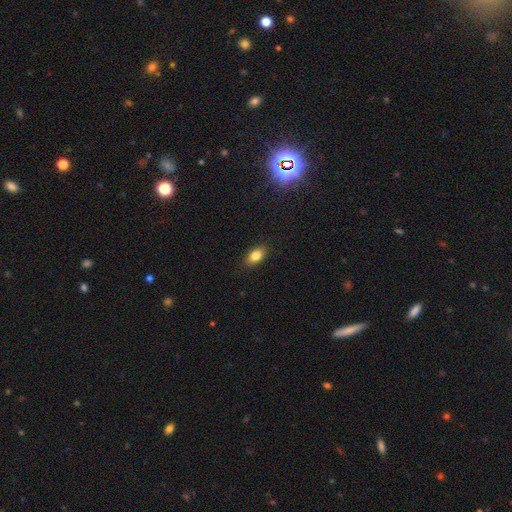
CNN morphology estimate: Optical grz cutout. It shows a smooth galaxy with no disk features (82%) that is in between round and cigar-shaped (87%). Merging: none (87%).